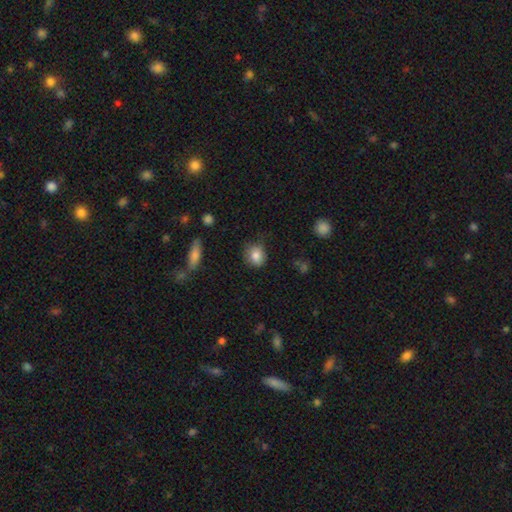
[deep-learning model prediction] smooth-or-featured: smooth: 84% | star or artifact: 9% | featured or disk: 7%
  how-rounded: round: 72% | in between: 27% | cigar-shaped: 1%
  merging: none: 72% | minor disturbance: 22% | major disturbance: 4% | merger: 2%